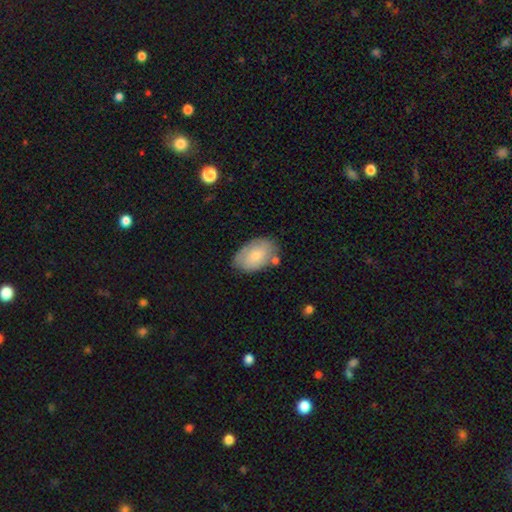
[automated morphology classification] This appears to be a smooth galaxy with no disk features (73%) that is in between round and cigar-shaped (90%). Merging: none (67%).